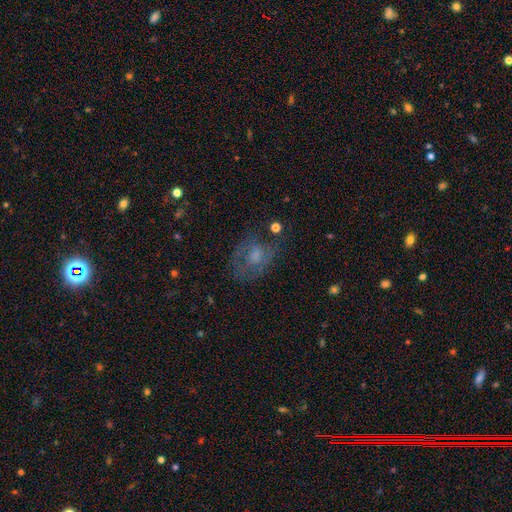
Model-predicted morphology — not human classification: The model was most divided on "smooth or featured": featured or disk: 50%, smooth: 34%, star or artifact: 16%. More confident: merging — none (57%).